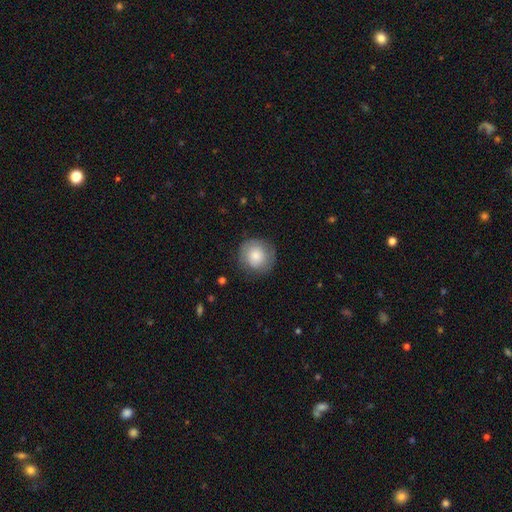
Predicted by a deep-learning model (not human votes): Smooth or featured? Predicted: smooth (p=0.76). How rounded? Predicted: round (p=0.92). Merging? Predicted: none (p=0.81).